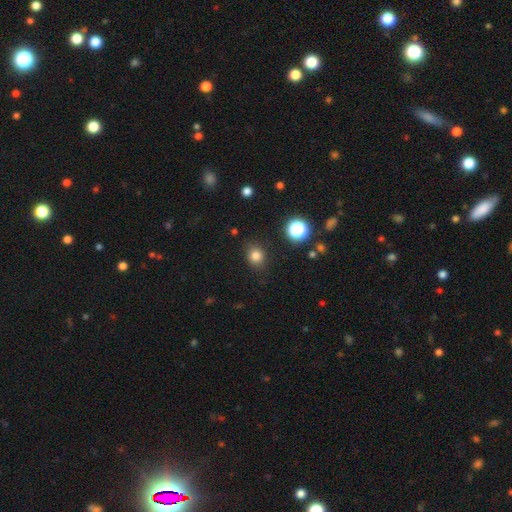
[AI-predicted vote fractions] A smooth galaxy with no disk features (80%) that is round (69%). Merging: none (85%).